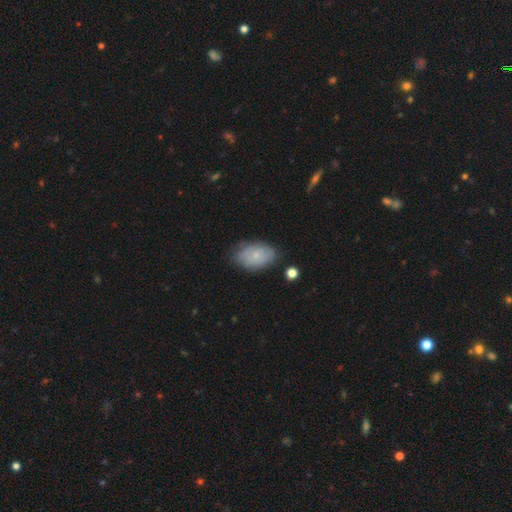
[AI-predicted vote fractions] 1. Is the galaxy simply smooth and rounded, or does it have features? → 64% smooth, 29% featured or disk, 7% star or artifact.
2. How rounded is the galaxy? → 90% in between, 8% round, 1% cigar-shaped.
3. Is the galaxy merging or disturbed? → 70% none, 23% minor disturbance, 5% major disturbance, 2% merger.